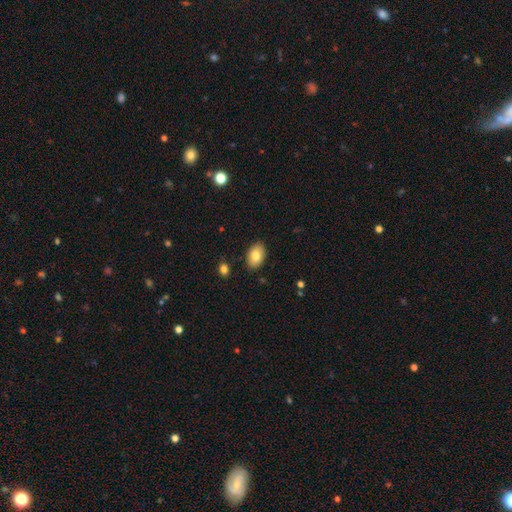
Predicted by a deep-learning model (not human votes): Smooth or featured: smooth — 82% (featured or disk — 10%)
How rounded: in between — 89% (round — 10%)
Merging: none — 87% (minor disturbance — 9%)